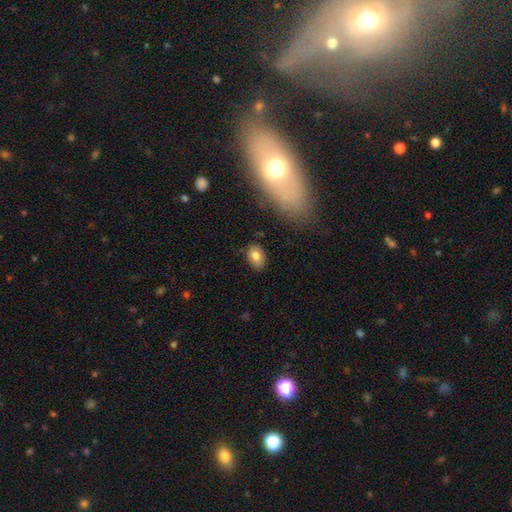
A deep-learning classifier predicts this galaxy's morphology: This is clearly a smooth galaxy (81%). How rounded: clearly in between (81%). Merging: clearly none (85%).